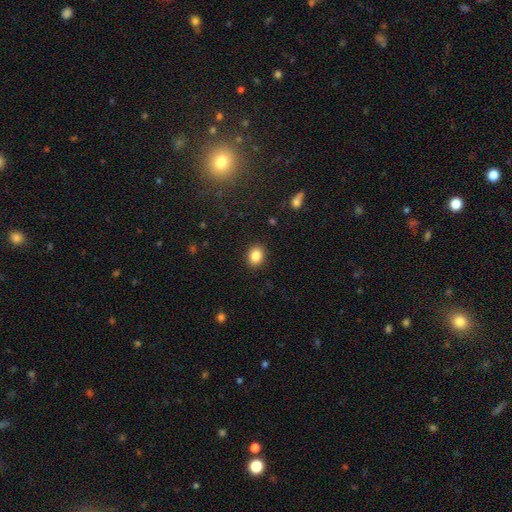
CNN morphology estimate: type=smooth (86%); roundness=in between (56%); merging=none (90%).